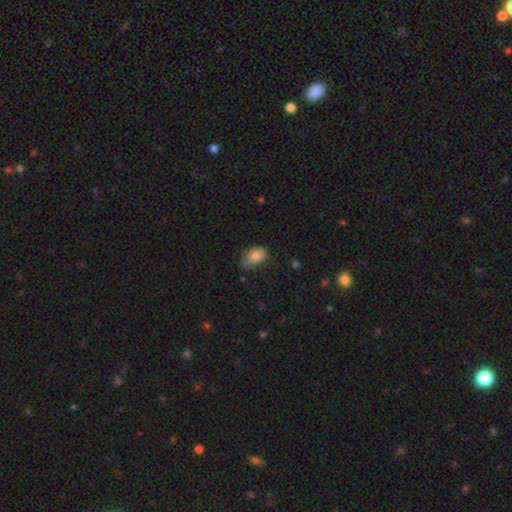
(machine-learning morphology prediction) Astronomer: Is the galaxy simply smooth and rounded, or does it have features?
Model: smooth — 82%.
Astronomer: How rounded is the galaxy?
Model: in between — 88%.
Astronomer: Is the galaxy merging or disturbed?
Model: none — 48% (runner-up: minor disturbance, 38%).